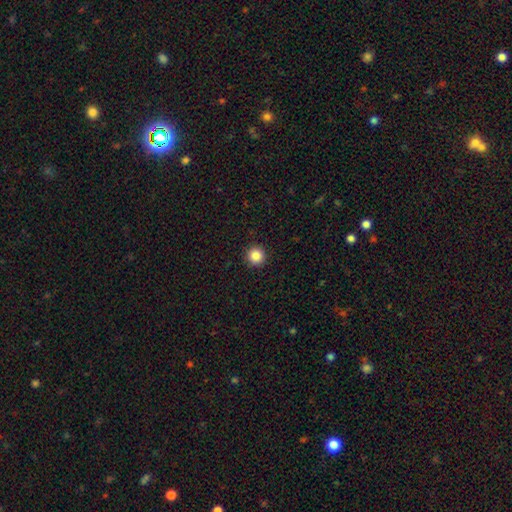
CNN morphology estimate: This is clearly a smooth galaxy (86%). How rounded: clearly round (96%). Merging: clearly none (93%).